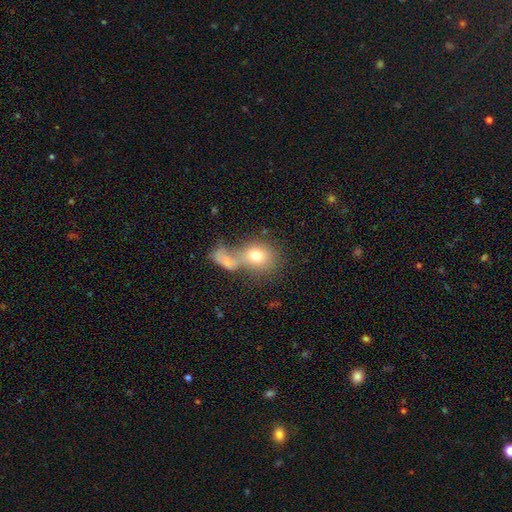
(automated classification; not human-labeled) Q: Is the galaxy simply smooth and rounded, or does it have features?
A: smooth — 74%.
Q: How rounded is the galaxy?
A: round — 62%.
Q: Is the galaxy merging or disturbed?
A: merger — 52%.